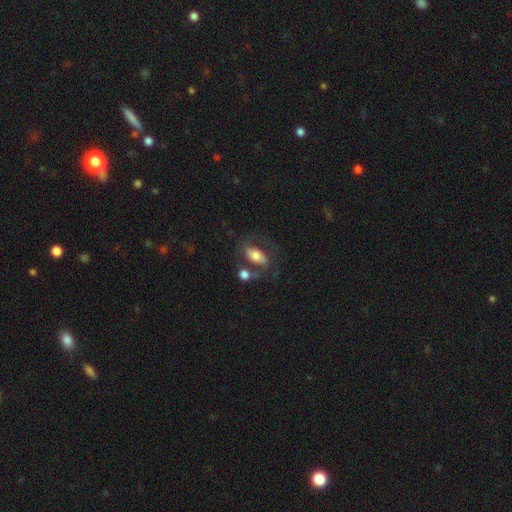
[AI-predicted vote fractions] Smooth or featured? Predicted: featured or disk (p=0.47). Merging? Predicted: none (p=0.46).